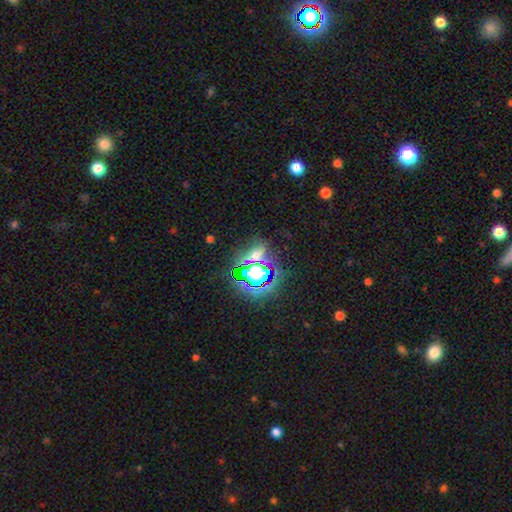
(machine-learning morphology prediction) The model was most divided on "smooth or featured": star or artifact: 73%, smooth: 17%, featured or disk: 10%.